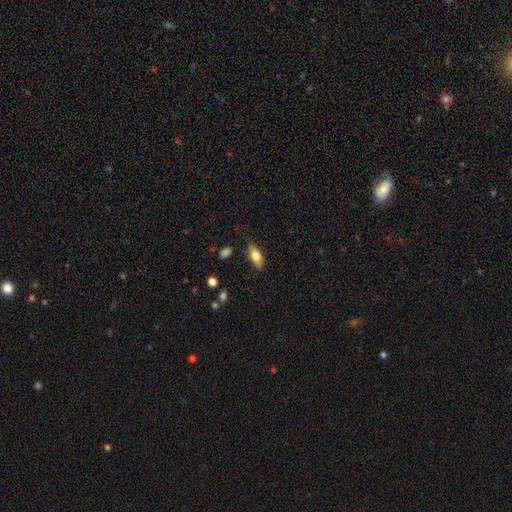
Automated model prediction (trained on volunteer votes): This is likely a smooth galaxy (78%). How rounded: clearly in between (83%). Merging: clearly none (82%).